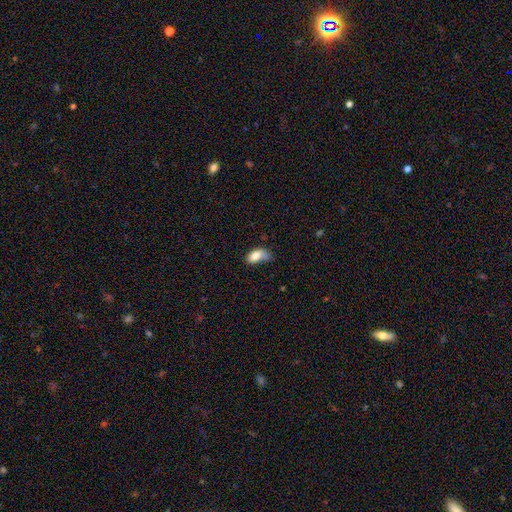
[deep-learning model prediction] smooth_or_featured: smooth (p=0.78) [alt: featured or disk p=0.15]
how_rounded: in between (p=0.92) [alt: round p=0.06]
merging: minor disturbance (p=0.39) [alt: none p=0.34]